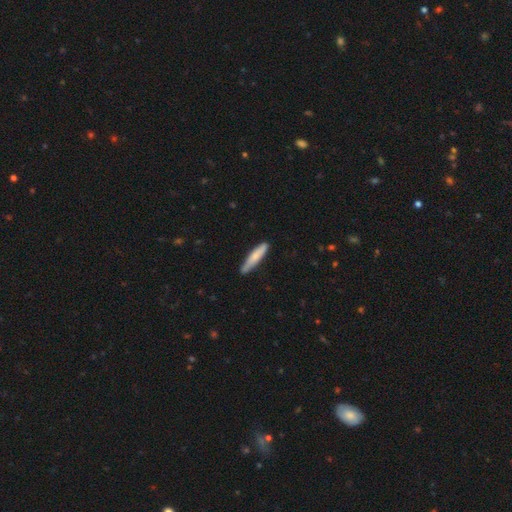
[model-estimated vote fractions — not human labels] Smooth or featured?
  - smooth: 75% *
  - featured or disk: 21%
  - star or artifact: 5%
How rounded?
  - cigar-shaped: 87% *
  - in between: 12%
  - round: 1%
Merging?
  - none: 85% *
  - minor disturbance: 12%
  - major disturbance: 2%
  - merger: 1%